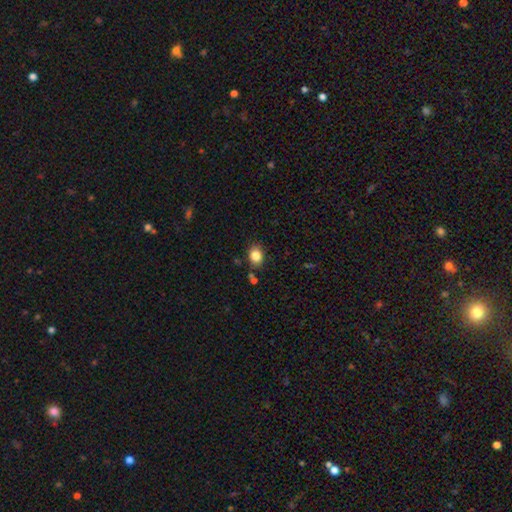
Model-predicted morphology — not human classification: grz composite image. It shows a smooth galaxy with no disk features (84%) that is in between round and cigar-shaped (57%). Merging: none (81%).